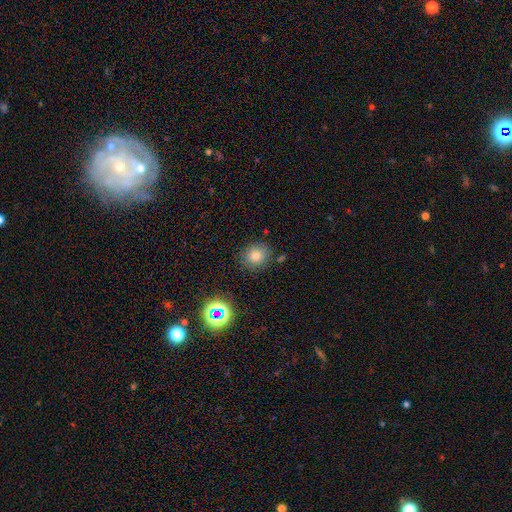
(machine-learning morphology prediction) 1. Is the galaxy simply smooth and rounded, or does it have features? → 76% smooth, 16% star or artifact, 9% featured or disk.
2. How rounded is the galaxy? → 83% round, 16% in between, 1% cigar-shaped.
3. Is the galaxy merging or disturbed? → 83% none, 10% minor disturbance, 3% merger, 3% major disturbance.